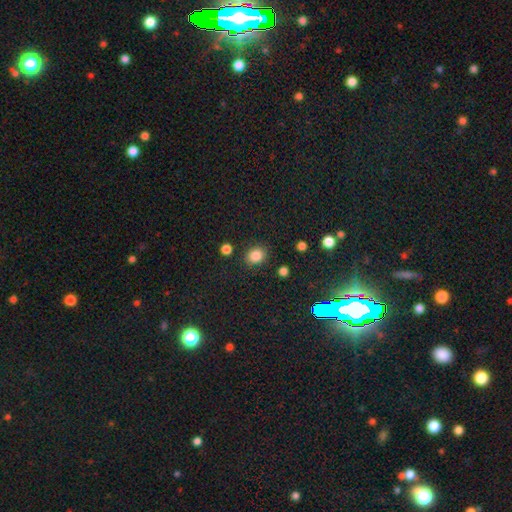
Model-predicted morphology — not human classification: Smooth or featured? Predicted: smooth (p=0.84). How rounded? Predicted: round (p=0.65). Merging? Predicted: none (p=0.84).